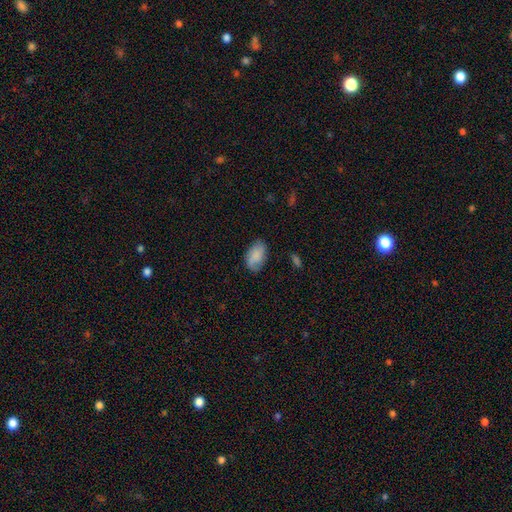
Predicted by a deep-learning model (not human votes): The model was most divided on "merging": none: 72%, minor disturbance: 21%, major disturbance: 5%, merger: 2%. More confident: how rounded — in between (92%); smooth or featured — smooth (77%).